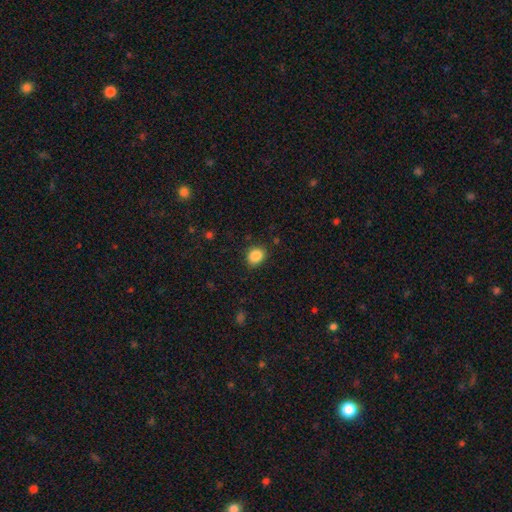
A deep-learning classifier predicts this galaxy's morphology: type=smooth (87%); roundness=round (54%); merging=none (84%).